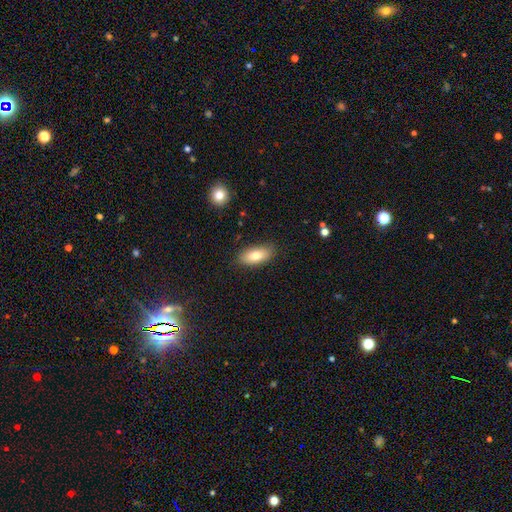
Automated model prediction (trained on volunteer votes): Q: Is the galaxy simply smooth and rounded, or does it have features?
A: smooth — 81%.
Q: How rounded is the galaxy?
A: in between — 86%.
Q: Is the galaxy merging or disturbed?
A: none — 85%.